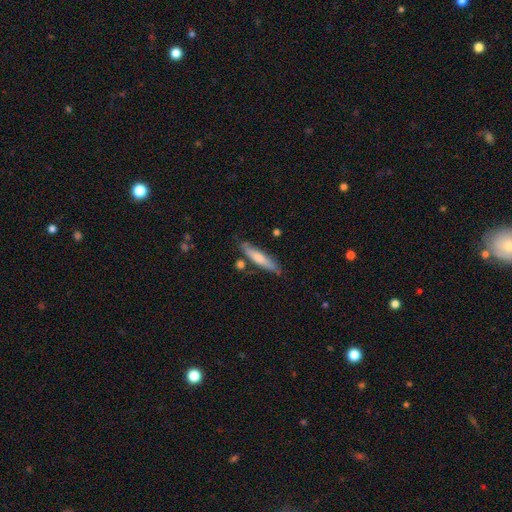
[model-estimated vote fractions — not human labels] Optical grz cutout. It shows a featured or disk galaxy (50%) viewed edge-on (89%). Merging: none (81%).